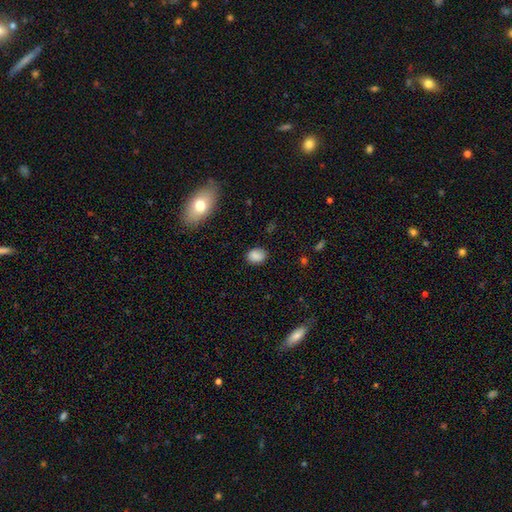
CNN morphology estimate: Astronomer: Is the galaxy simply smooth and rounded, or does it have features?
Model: smooth — 85%.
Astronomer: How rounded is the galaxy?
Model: in between — 63%.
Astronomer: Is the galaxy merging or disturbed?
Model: none — 81%.